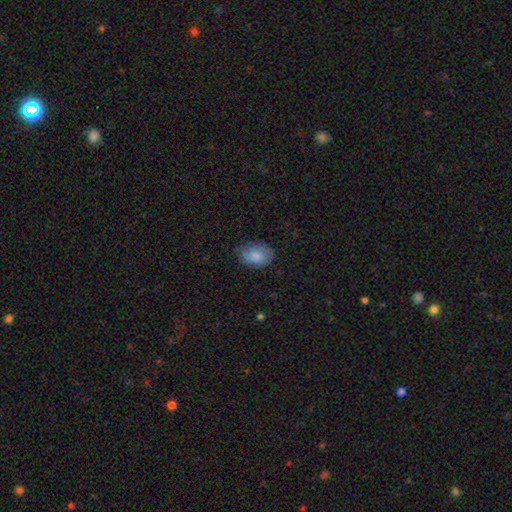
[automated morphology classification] A smooth galaxy with no disk features (82%) that is in between round and cigar-shaped (86%). Merging: none (69%).